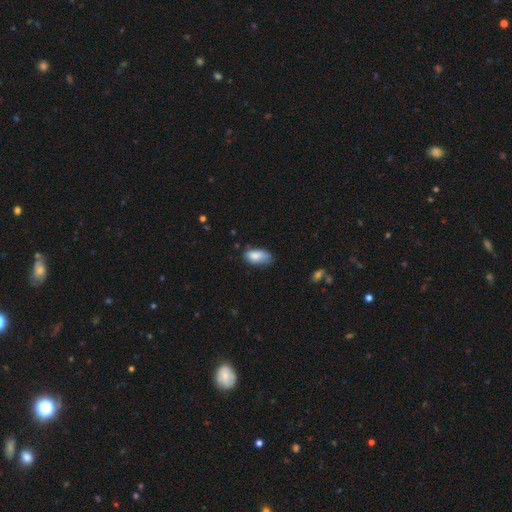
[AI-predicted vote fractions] Q: Smooth or featured?
A: smooth (83%); runner-up: featured or disk (10%)
Q: How rounded?
A: in between (92%); runner-up: cigar-shaped (4%)
Q: Merging?
A: none (46%); runner-up: minor disturbance (40%)